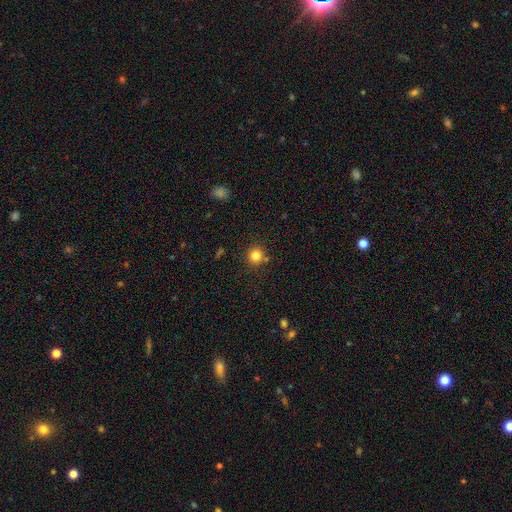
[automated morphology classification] Smooth or featured? smooth (82%)
How rounded? round (92%)
Merging? none (84%)